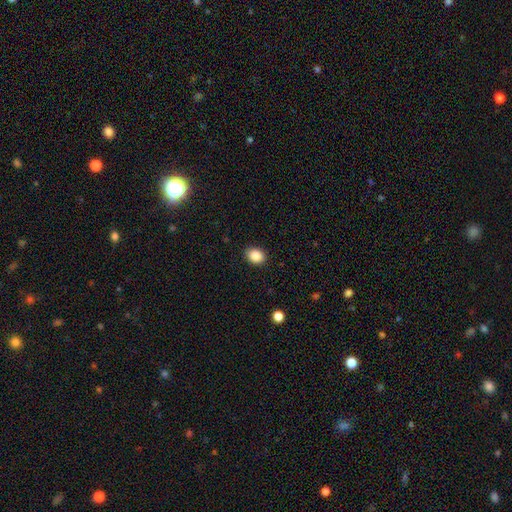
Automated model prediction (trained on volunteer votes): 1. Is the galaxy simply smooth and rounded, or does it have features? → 86% smooth, 9% star or artifact, 4% featured or disk.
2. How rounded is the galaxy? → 53% in between, 46% round, 1% cigar-shaped.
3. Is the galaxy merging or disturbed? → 90% none, 7% minor disturbance, 2% major disturbance, 1% merger.